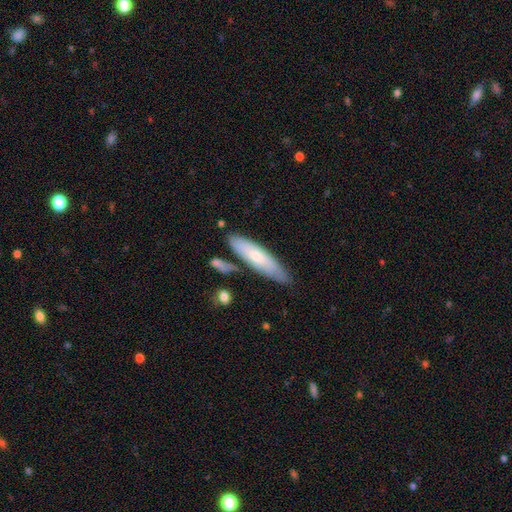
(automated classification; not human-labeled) A smooth galaxy with no disk features (58%) that is cigar-shaped (70%). Merging: none (76%).